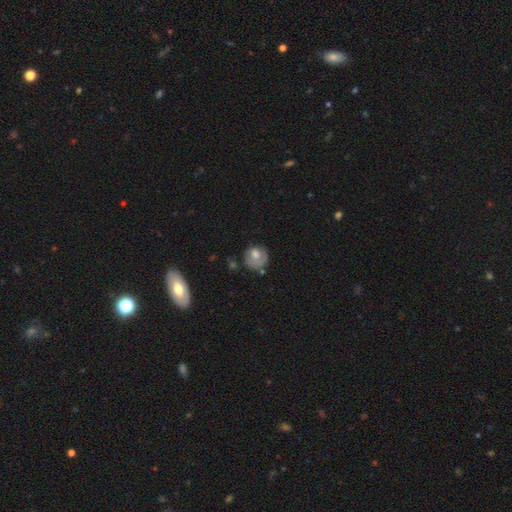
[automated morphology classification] Smooth or featured?
  - smooth: 58% *
  - featured or disk: 34%
  - star or artifact: 8%
How rounded?
  - round: 80% *
  - in between: 19%
  - cigar-shaped: 1%
Merging?
  - none: 54% *
  - minor disturbance: 26%
  - major disturbance: 15%
  - merger: 4%